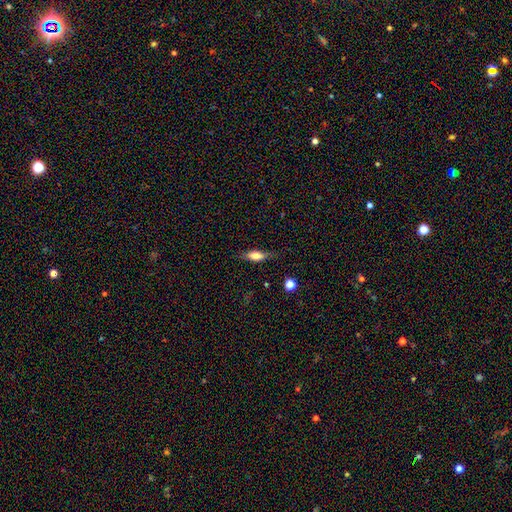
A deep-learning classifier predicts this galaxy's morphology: Overall: smooth (62%; featured or disk 30%). How rounded: in between (55%; cigar-shaped 41%). Merging: none (76%).